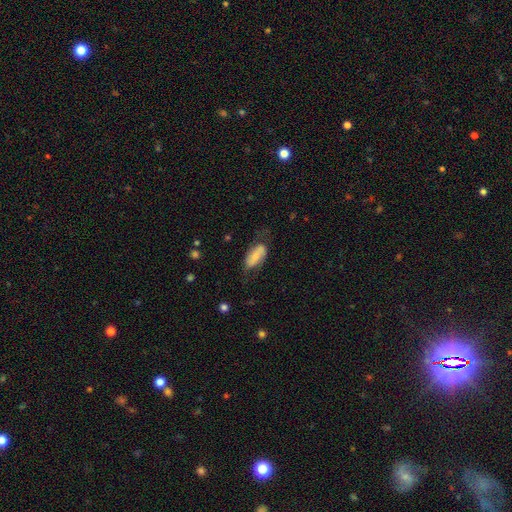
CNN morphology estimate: Smooth or featured: smooth — 55% (featured or disk — 38%)
How rounded: in between — 86% (cigar-shaped — 11%)
Merging: none — 55% (minor disturbance — 29%)